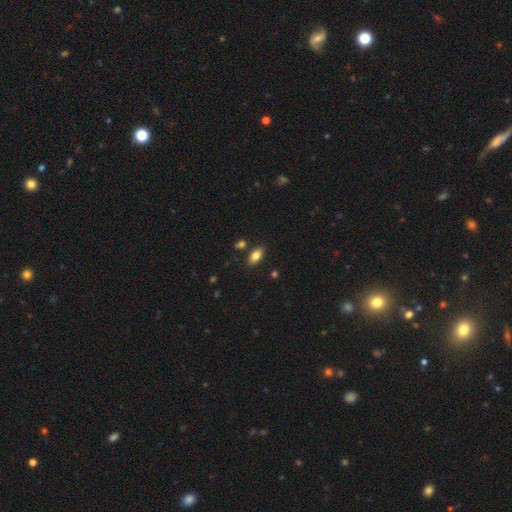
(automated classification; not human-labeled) A smooth galaxy with no disk features (83%) that is in between round and cigar-shaped (91%). Merging: none (83%).